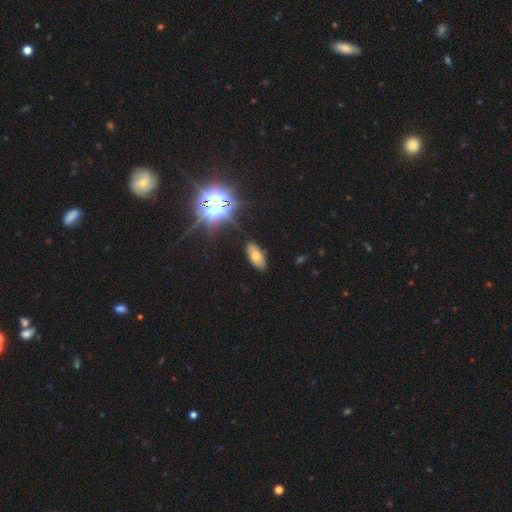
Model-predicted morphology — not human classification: type=smooth (46%); merging=none (85%).